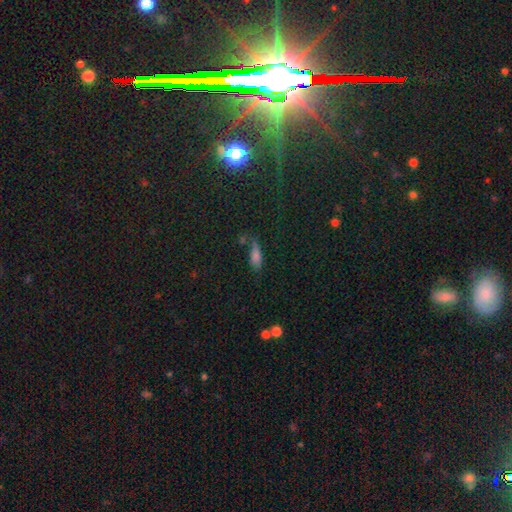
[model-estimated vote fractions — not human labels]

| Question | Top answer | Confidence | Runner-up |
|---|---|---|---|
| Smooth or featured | smooth | 64% | star or artifact (22%) |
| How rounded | in between | 58% | cigar-shaped (37%) |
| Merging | none | 58% | minor disturbance (23%) |